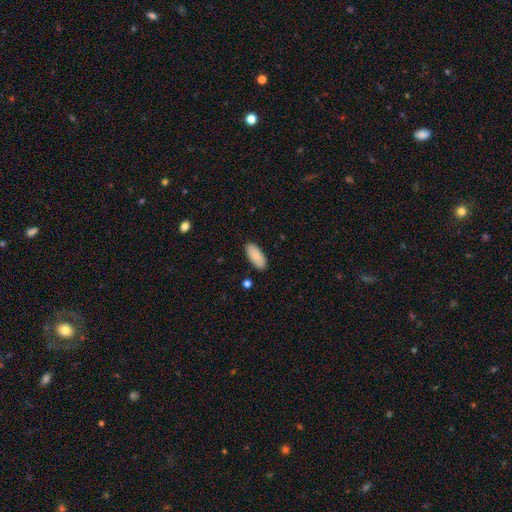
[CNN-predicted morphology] Smooth or featured: smooth — 89% (star or artifact — 6%)
How rounded: in between — 88% (cigar-shaped — 11%)
Merging: none — 88% (minor disturbance — 9%)